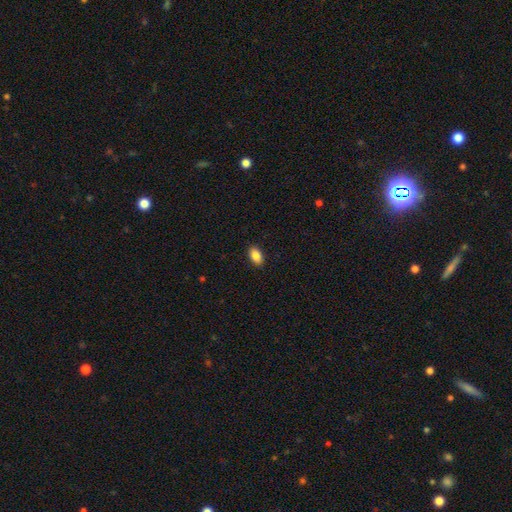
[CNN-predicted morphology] A smooth galaxy with no disk features (88%) that is in between round and cigar-shaped (91%). Merging: none (90%).